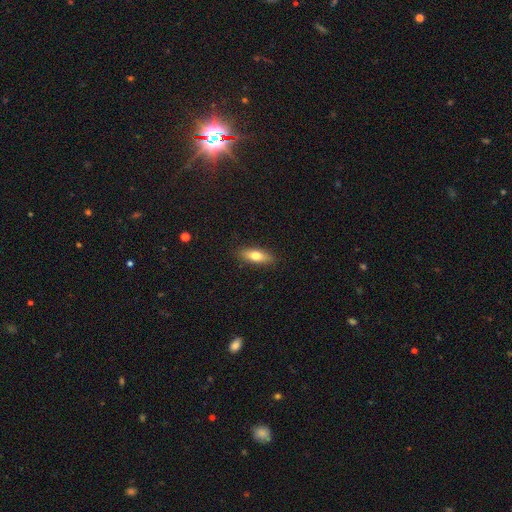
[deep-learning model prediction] This is likely a smooth galaxy (72%). How rounded: likely in between (61%). Merging: clearly none (88%).